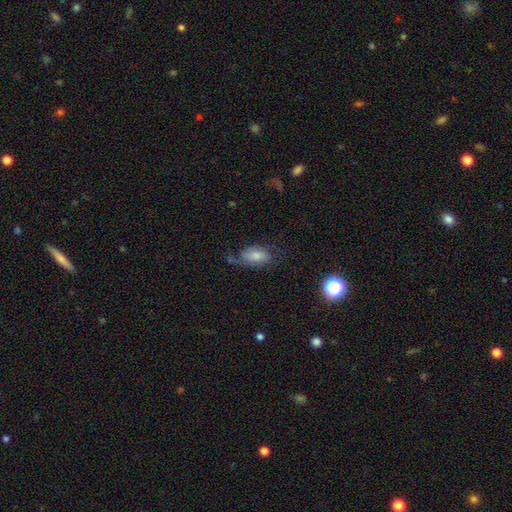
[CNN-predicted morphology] Smooth or featured? Predicted: smooth (p=0.64). How rounded? Predicted: in between (p=0.91). Merging? Predicted: none (p=0.44).